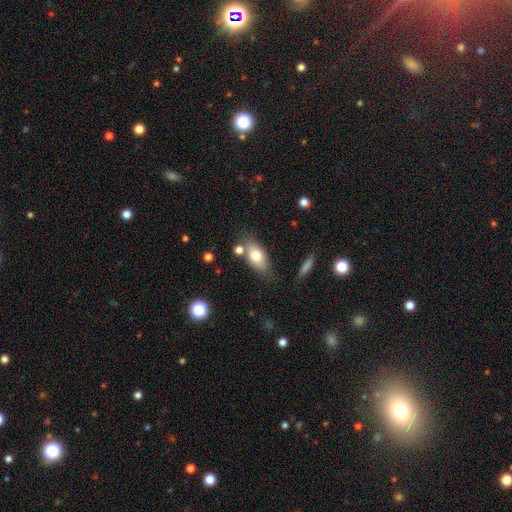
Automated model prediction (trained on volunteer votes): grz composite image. It shows a smooth galaxy with no disk features (76%) that is in between round and cigar-shaped (84%). Merging: none (70%).